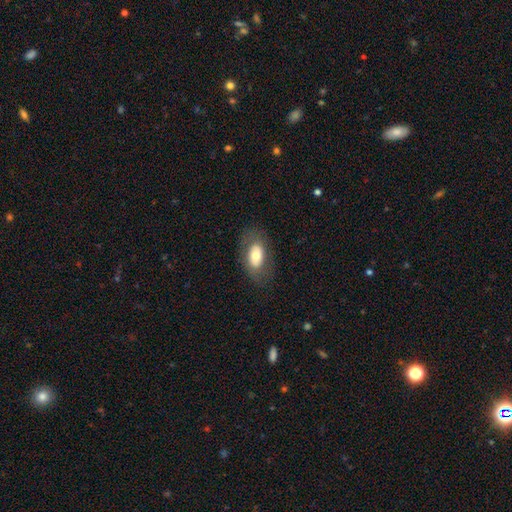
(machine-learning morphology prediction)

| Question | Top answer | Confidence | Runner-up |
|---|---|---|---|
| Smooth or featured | smooth | 65% | featured or disk (28%) |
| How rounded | in between | 90% | round (7%) |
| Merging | none | 77% | minor disturbance (14%) |